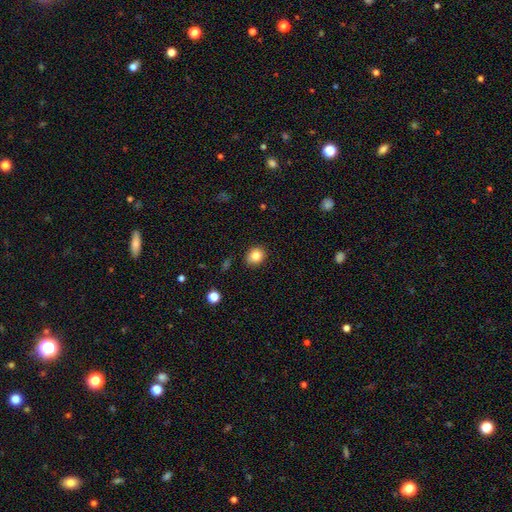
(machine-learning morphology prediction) Smooth or featured?
  - smooth: 84% *
  - star or artifact: 10%
  - featured or disk: 7%
How rounded?
  - round: 70% *
  - in between: 30%
  - cigar-shaped: 1%
Merging?
  - none: 88% *
  - minor disturbance: 9%
  - major disturbance: 2%
  - merger: 1%